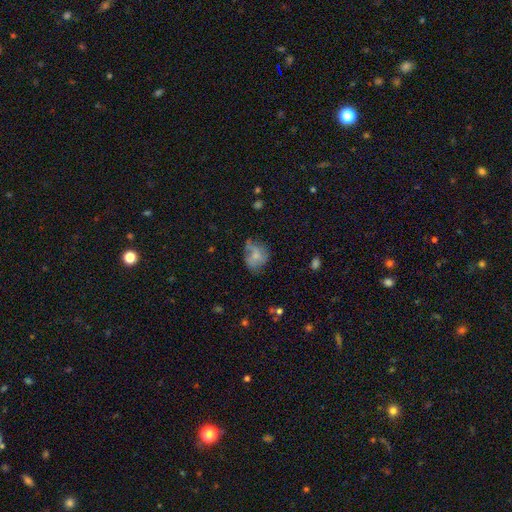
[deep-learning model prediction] A smooth galaxy with no disk features (54%) that is round (52%). Merging: none (46%).